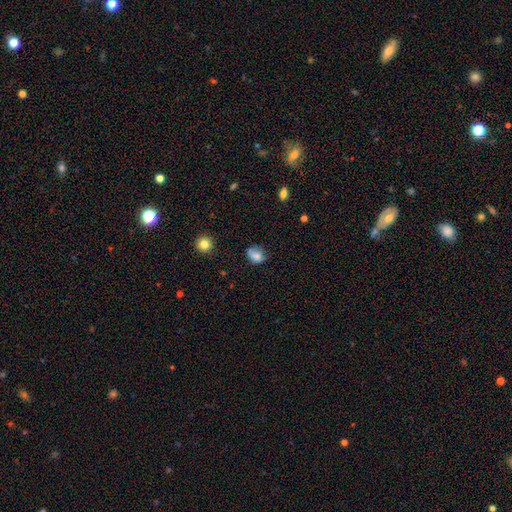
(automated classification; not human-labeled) smooth-or-featured: smooth: 77% | featured or disk: 12% | star or artifact: 11%
  how-rounded: in between: 53% | round: 46% | cigar-shaped: 1%
  merging: none: 45% | minor disturbance: 36% | major disturbance: 16% | merger: 3%